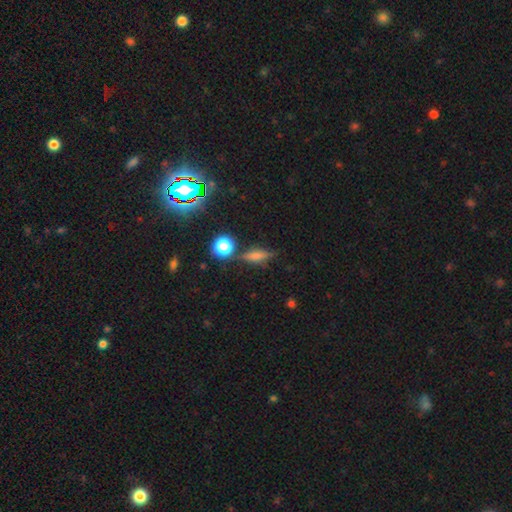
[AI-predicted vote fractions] Q: Smooth or featured?
A: smooth (45%); runner-up: featured or disk (35%)
Q: Merging?
A: none (76%); runner-up: minor disturbance (14%)